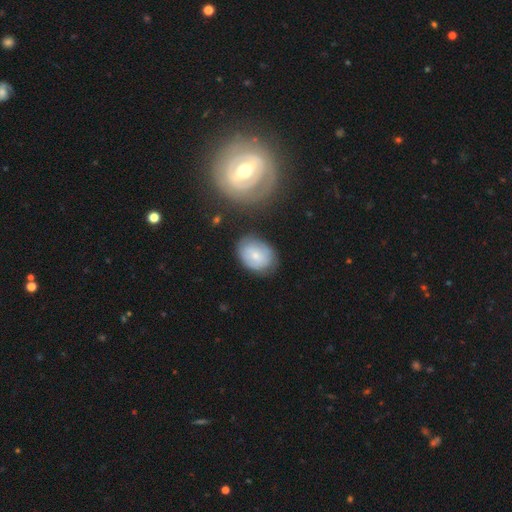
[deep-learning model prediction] A smooth galaxy with no disk features (64%) that is in between round and cigar-shaped (68%). Merging: none (68%).